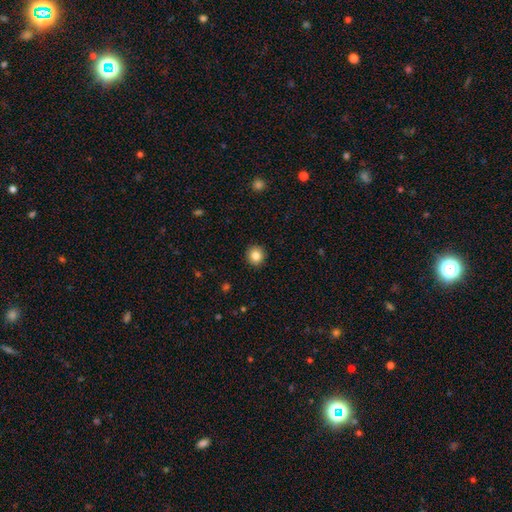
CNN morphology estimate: Smooth or featured?
  - smooth: 84% *
  - star or artifact: 10%
  - featured or disk: 6%
How rounded?
  - round: 91% *
  - in between: 8%
  - cigar-shaped: 1%
Merging?
  - none: 92% *
  - minor disturbance: 5%
  - major disturbance: 2%
  - merger: 1%